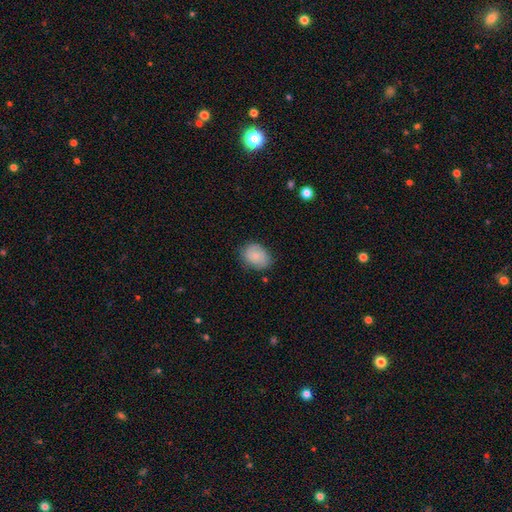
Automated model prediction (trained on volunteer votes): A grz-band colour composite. It shows a smooth galaxy with no disk features (75%) that is in between round and cigar-shaped (60%). Merging: none (76%).